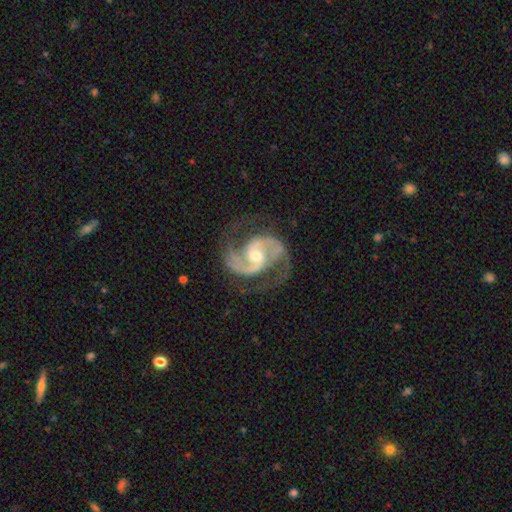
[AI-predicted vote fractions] A featured or disk galaxy (94%) with a weak bar (45%), 2 (91%) medium (65%) spiral arms (99%) and a moderate central bulge (61%).

Vote fractions:
- Smooth or featured? featured or disk: 94% / star or artifact: 4% / smooth: 2%
- Edge-on disk? no: 98% / yes: 2%
- Bar? weak: 45% / no: 41% / strong: 14%
- Spiral arms? yes: 99% / no: 1%
- Spiral winding? medium: 65% / tight: 21% / loose: 14%
- Spiral arm count? 2: 91% / 3: 4% / can't tell: 2% / 1: 1% / 4: 1% / more than 4: 1%
- Bulge size? moderate: 61% / small: 34% / large: 3% / none: 2% / dominant: 1%
- Merging? none: 75% / minor disturbance: 16% / major disturbance: 8% / merger: 1%